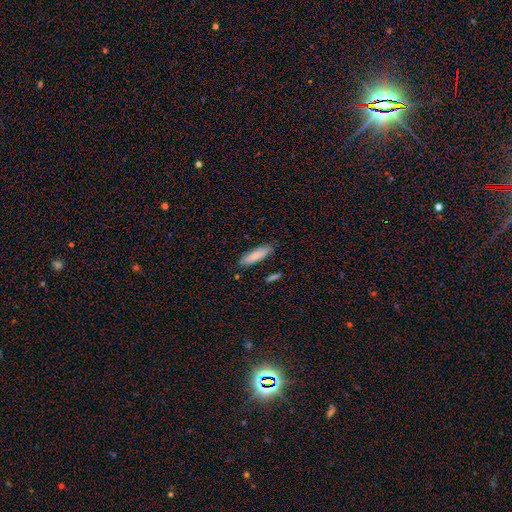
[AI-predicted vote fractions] Smooth or featured?
  - smooth: 84% *
  - featured or disk: 10%
  - star or artifact: 6%
How rounded?
  - cigar-shaped: 60% *
  - in between: 39%
  - round: 2%
Merging?
  - none: 84% *
  - minor disturbance: 11%
  - merger: 3%
  - major disturbance: 2%